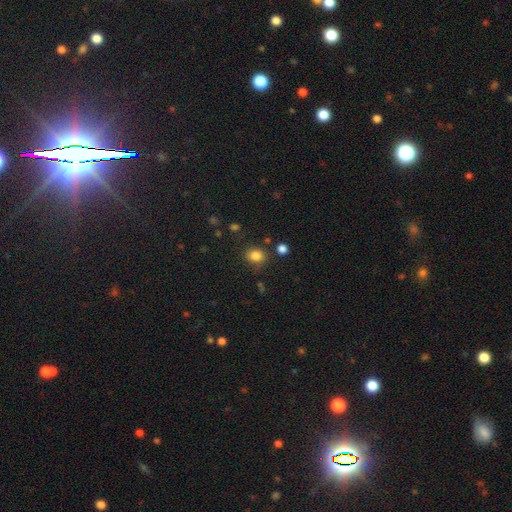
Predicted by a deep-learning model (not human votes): smooth-or-featured: smooth: 83% | star or artifact: 12% | featured or disk: 5%
  how-rounded: round: 62% | in between: 37% | cigar-shaped: 1%
  merging: none: 78% | minor disturbance: 13% | merger: 4% | major disturbance: 4%